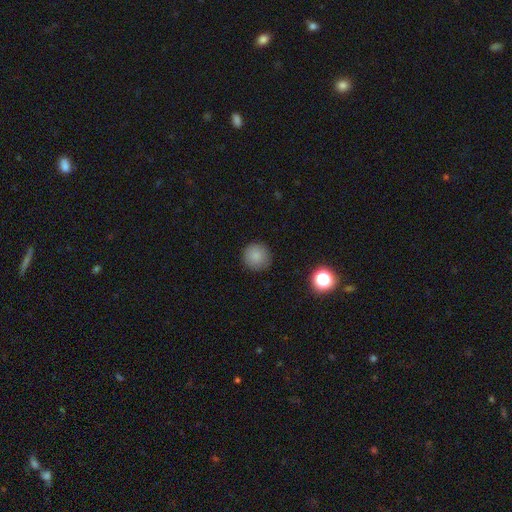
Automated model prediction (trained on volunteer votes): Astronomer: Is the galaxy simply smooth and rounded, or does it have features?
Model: smooth — 84%.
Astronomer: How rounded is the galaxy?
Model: round — 95%.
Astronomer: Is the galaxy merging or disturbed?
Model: none — 89%.